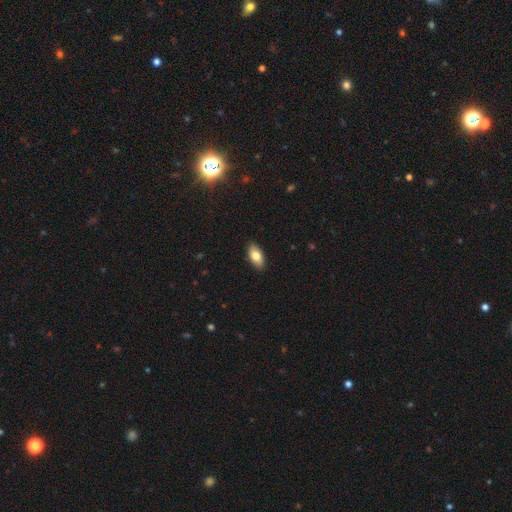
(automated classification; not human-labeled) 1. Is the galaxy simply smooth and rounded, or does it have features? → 80% smooth, 14% featured or disk, 6% star or artifact.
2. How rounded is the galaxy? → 91% in between, 6% cigar-shaped, 3% round.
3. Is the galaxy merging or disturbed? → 89% none, 8% minor disturbance, 2% major disturbance, 1% merger.